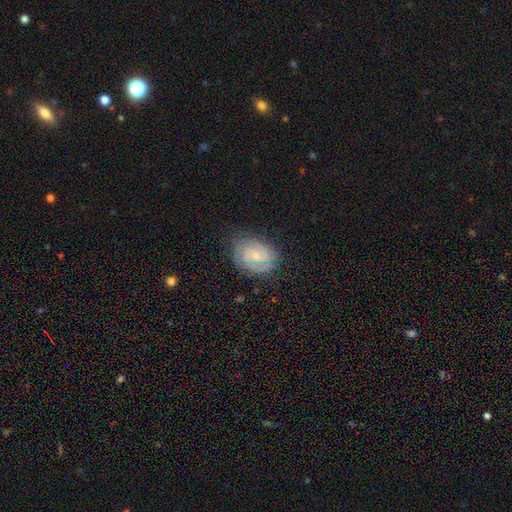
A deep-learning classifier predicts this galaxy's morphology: A featured or disk galaxy (73%) with no bar (54%), 2 (57%) tight (65%) spiral arms (93%) and a small central bulge (69%). Merging: none (78%).